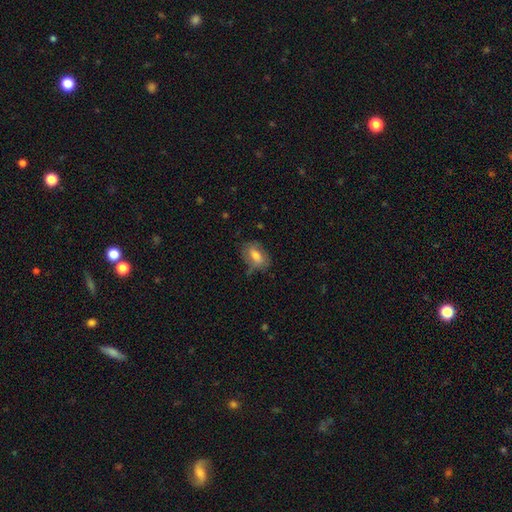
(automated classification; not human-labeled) smooth_or_featured: smooth (p=0.67) [alt: featured or disk p=0.25]
how_rounded: in between (p=0.87) [alt: round p=0.10]
merging: none (p=0.60) [alt: minor disturbance p=0.27]